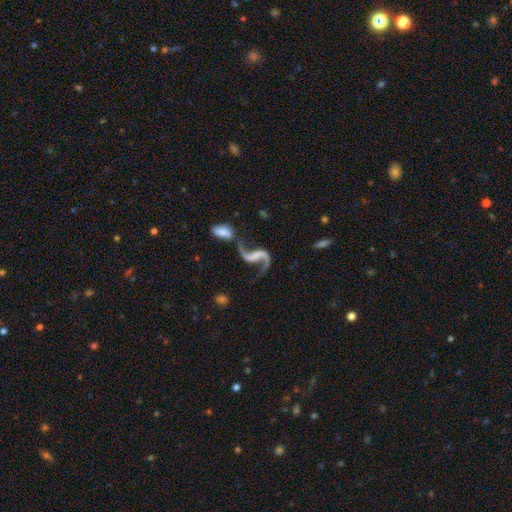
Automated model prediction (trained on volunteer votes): Overall: featured or disk (89%). Edge-on disk: no (97%). Bar: no (39%; weak 35%). Spiral arms: yes (95%). Spiral arm count: 2 (91%). Spiral winding: loose (88%). Bulge size: none (62%). Merging: none (50%; merger 22%).